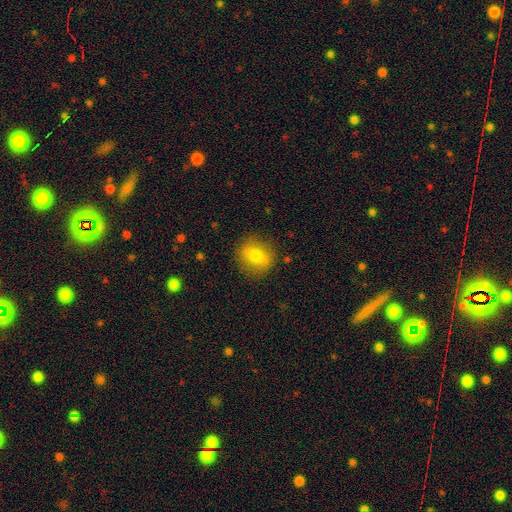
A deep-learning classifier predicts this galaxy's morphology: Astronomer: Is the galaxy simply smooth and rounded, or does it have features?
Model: smooth — 67%.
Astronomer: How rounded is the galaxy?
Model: round — 69%.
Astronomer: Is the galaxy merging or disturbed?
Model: none — 84%.